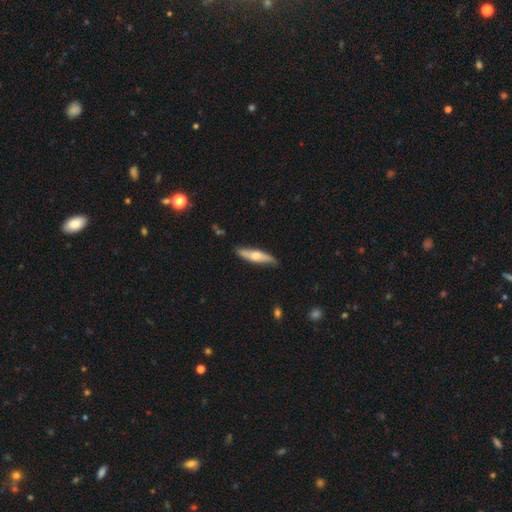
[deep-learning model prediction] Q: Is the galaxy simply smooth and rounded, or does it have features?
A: smooth — 52%.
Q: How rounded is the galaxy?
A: cigar-shaped — 77%.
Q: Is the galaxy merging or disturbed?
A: none — 79%.